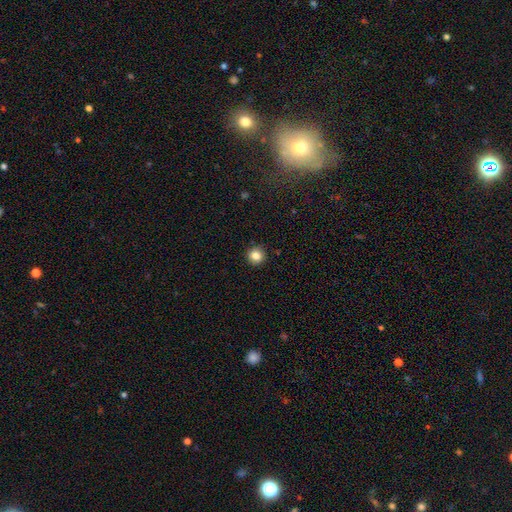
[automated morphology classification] This appears to be a smooth galaxy with no disk features (84%) that is round (94%). Merging: none (92%).